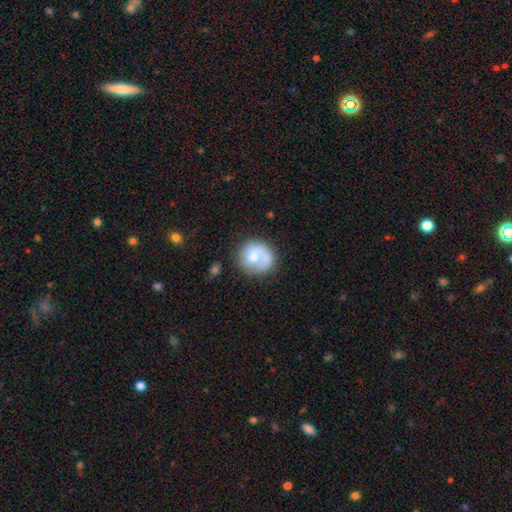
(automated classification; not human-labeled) Smooth or featured?
  - smooth: 49% *
  - featured or disk: 44%
  - star or artifact: 6%
Merging?
  - none: 60% *
  - minor disturbance: 18%
  - major disturbance: 15%
  - merger: 6%